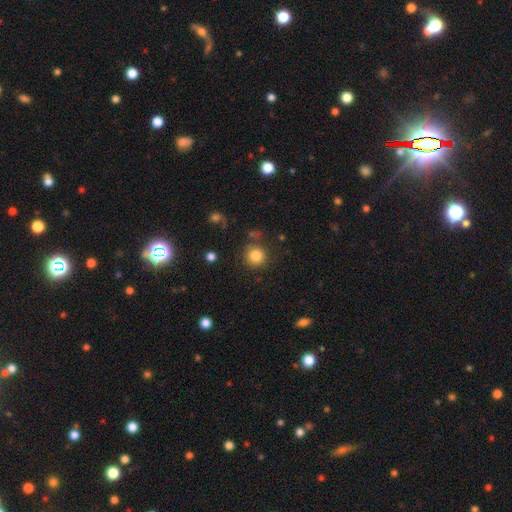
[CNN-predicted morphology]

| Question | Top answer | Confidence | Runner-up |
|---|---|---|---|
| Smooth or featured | smooth | 84% | star or artifact (10%) |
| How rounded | round | 92% | in between (7%) |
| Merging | none | 80% | minor disturbance (10%) |